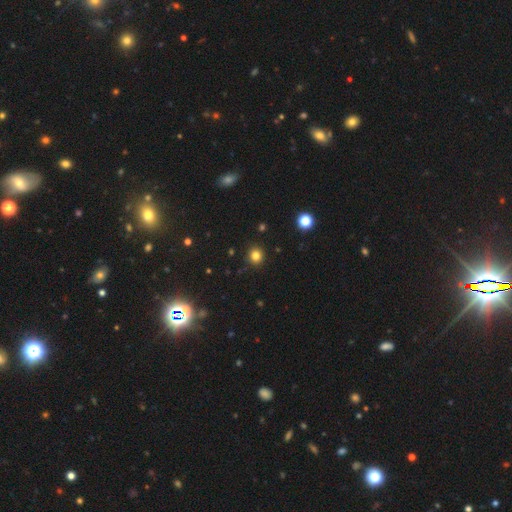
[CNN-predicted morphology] Q: Smooth or featured?
A: smooth (81%); runner-up: star or artifact (14%)
Q: How rounded?
A: round (91%); runner-up: in between (8%)
Q: Merging?
A: none (91%); runner-up: minor disturbance (6%)